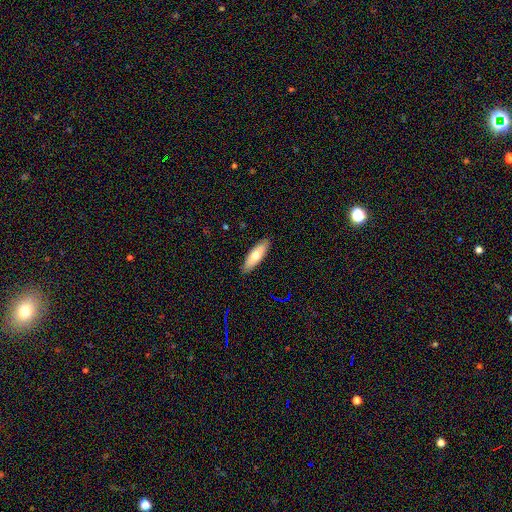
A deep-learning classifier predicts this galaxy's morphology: smooth_or_featured: smooth (p=0.68) [alt: featured or disk p=0.26]
how_rounded: in between (p=0.54) [alt: cigar-shaped p=0.44]
merging: none (p=0.89) [alt: minor disturbance p=0.08]